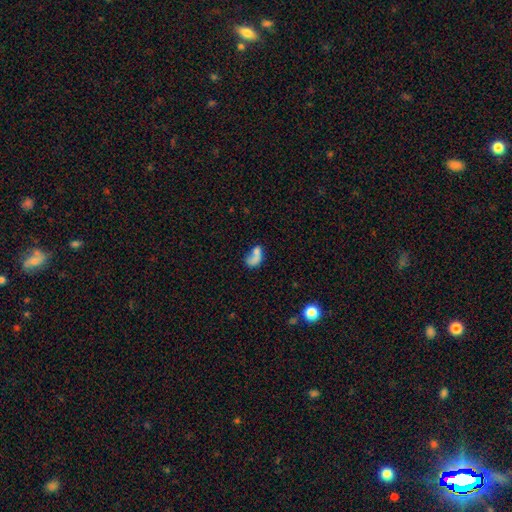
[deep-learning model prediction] Smooth or featured? smooth (61%)
How rounded? in between (79%)
Merging? merger (41%)